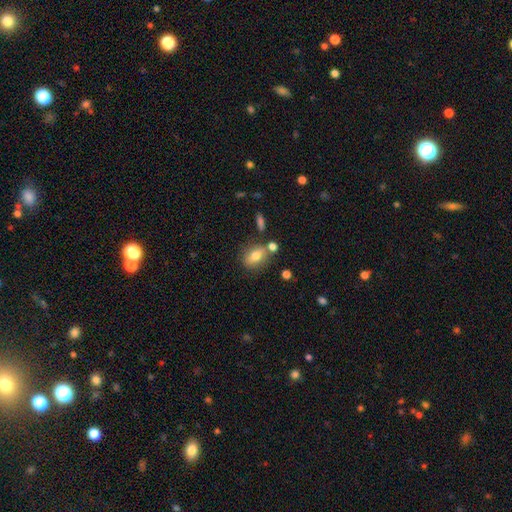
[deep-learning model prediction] Morphology: type=smooth (74%); roundness=in between (76%); merging=none (66%).